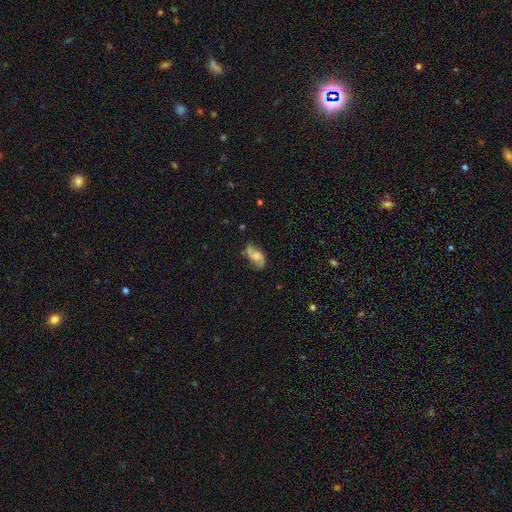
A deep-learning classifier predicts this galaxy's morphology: Smooth or featured: featured or disk — 55% (smooth — 36%)
Edge-on disk: no — 96% (yes — 4%)
Bar: no — 62% (weak — 32%)
Spiral arms: yes — 85% (no — 15%)
Bulge size: none — 32% (moderate — 27%)
Merging: none — 55% (minor disturbance — 26%)